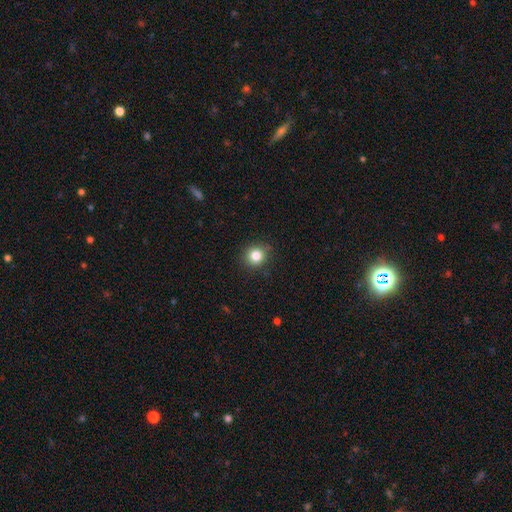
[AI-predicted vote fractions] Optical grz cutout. It shows a smooth galaxy with no disk features (83%) that is round (88%). Merging: none (88%).